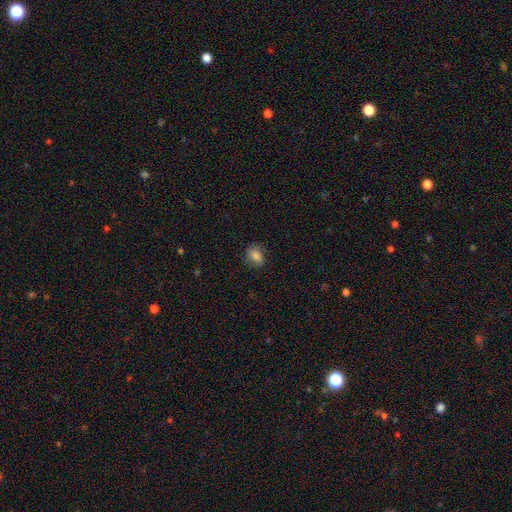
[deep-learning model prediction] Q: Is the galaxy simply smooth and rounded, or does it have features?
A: smooth — 81%.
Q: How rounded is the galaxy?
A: in between — 61%.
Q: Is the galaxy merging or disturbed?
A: none — 78%.